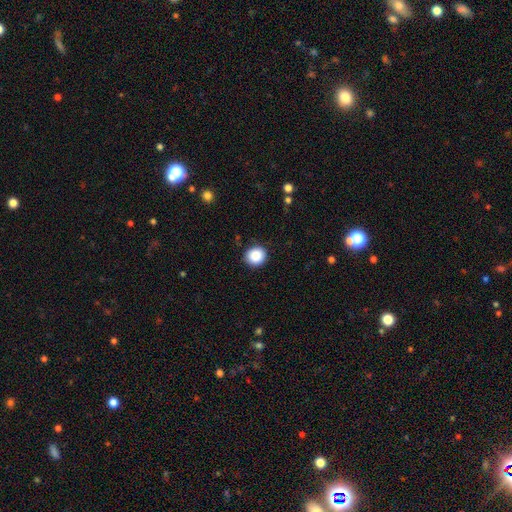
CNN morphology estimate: Smooth or featured: smooth — 89% (star or artifact — 8%)
How rounded: round — 87% (in between — 12%)
Merging: none — 89% (minor disturbance — 8%)